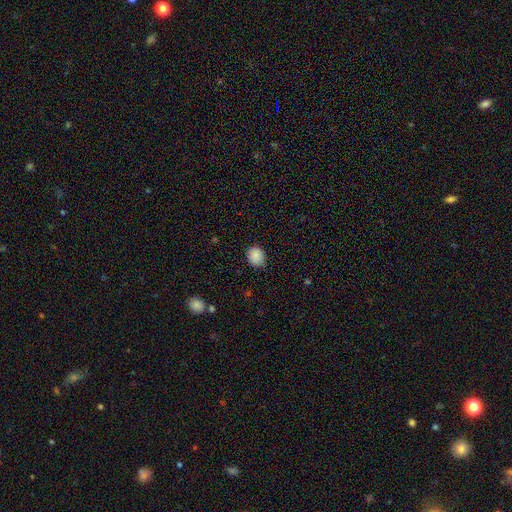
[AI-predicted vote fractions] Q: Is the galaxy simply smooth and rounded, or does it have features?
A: smooth — 88%.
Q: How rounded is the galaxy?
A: round — 65%.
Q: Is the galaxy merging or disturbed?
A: none — 85%.